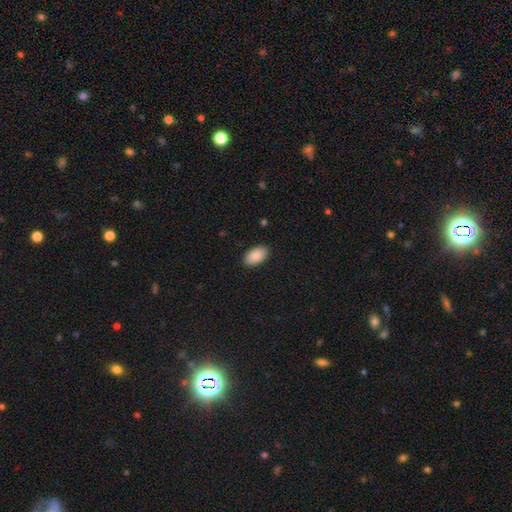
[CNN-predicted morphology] This appears to be a smooth galaxy with no disk features (90%) that is in between round and cigar-shaped (95%). Merging: none (89%).